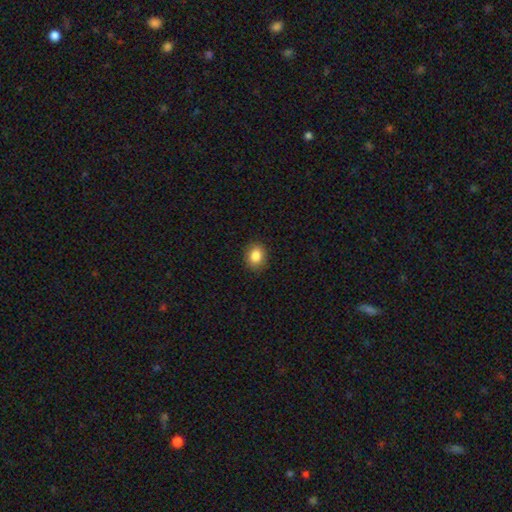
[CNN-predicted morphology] A smooth galaxy with no disk features (85%) that is round (55%).

Vote fractions:
- Smooth or featured? smooth: 85% / star or artifact: 9% / featured or disk: 6%
- How rounded? round: 55% / in between: 44% / cigar-shaped: 1%
- Merging? none: 89% / minor disturbance: 8% / major disturbance: 2% / merger: 1%